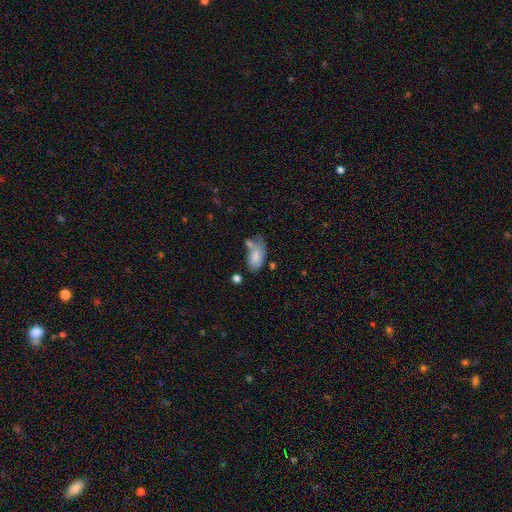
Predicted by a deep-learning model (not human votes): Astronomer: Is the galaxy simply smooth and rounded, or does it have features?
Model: smooth — 79%.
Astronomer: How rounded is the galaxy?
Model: in between — 93%.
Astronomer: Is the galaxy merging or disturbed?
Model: none — 39% (runner-up: minor disturbance, 25%).